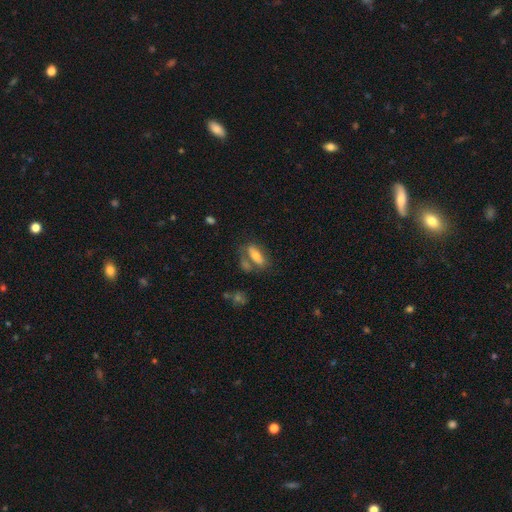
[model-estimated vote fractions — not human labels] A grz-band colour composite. It shows a smooth galaxy with no disk features (64%) that is in between round and cigar-shaped (70%). Merging: none (53%).